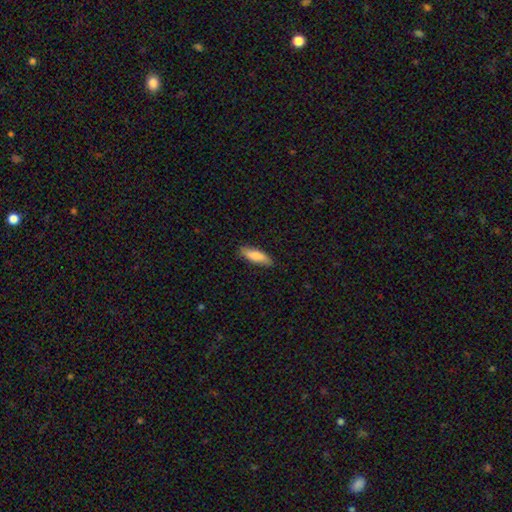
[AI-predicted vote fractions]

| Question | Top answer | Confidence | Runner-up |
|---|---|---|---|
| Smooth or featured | smooth | 82% | featured or disk (12%) |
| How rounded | cigar-shaped | 50% | in between (48%) |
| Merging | none | 85% | minor disturbance (12%) |